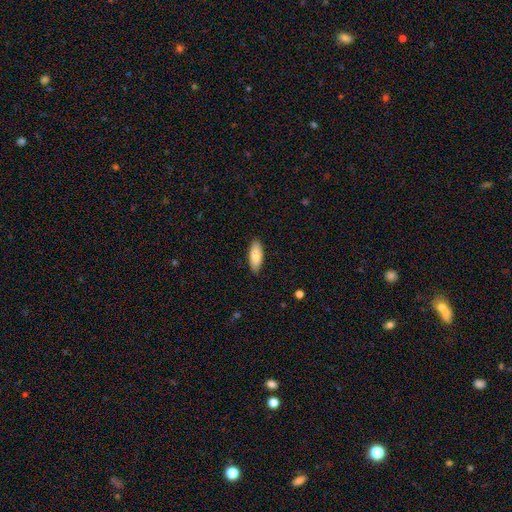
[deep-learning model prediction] Q: Smooth or featured?
A: smooth (83%); runner-up: featured or disk (11%)
Q: How rounded?
A: in between (74%); runner-up: cigar-shaped (24%)
Q: Merging?
A: none (87%); runner-up: minor disturbance (10%)